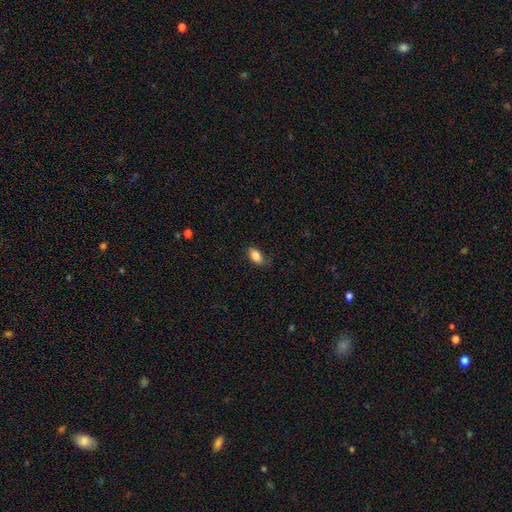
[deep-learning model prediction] A smooth galaxy with no disk features (83%) that is in between round and cigar-shaped (90%).

Vote fractions:
- Smooth or featured? smooth: 83% / featured or disk: 9% / star or artifact: 8%
- How rounded? in between: 90% / cigar-shaped: 5% / round: 5%
- Merging? none: 73% / minor disturbance: 21% / major disturbance: 5% / merger: 1%